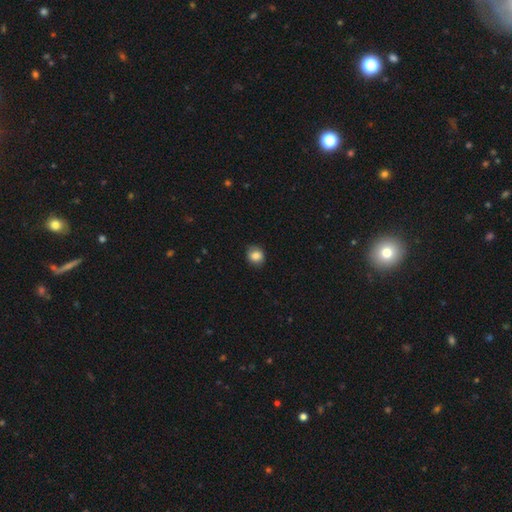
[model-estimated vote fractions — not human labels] A smooth galaxy with no disk features (84%) that is round (72%).

Vote fractions:
- Smooth or featured? smooth: 84% / star or artifact: 9% / featured or disk: 7%
- How rounded? round: 72% / in between: 27% / cigar-shaped: 1%
- Merging? none: 83% / minor disturbance: 14% / major disturbance: 3% / merger: 1%